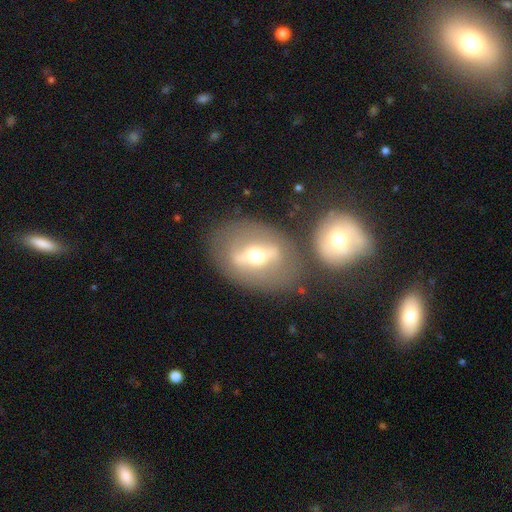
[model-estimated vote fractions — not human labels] Morphology: type=featured or disk (62%); edge-on=no (81%); merging=none (62%).